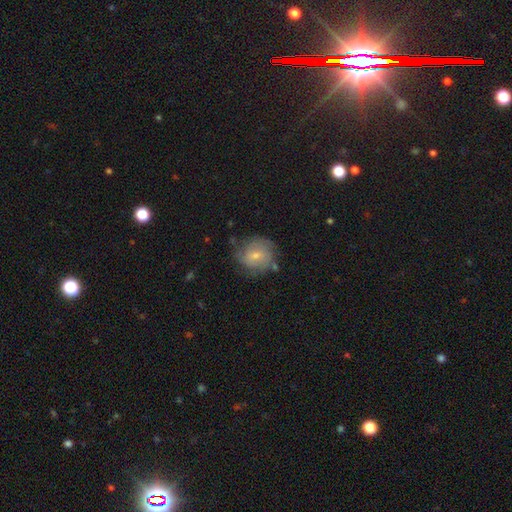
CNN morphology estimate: Smooth or featured? smooth (58%)
How rounded? round (85%)
Merging? none (67%)